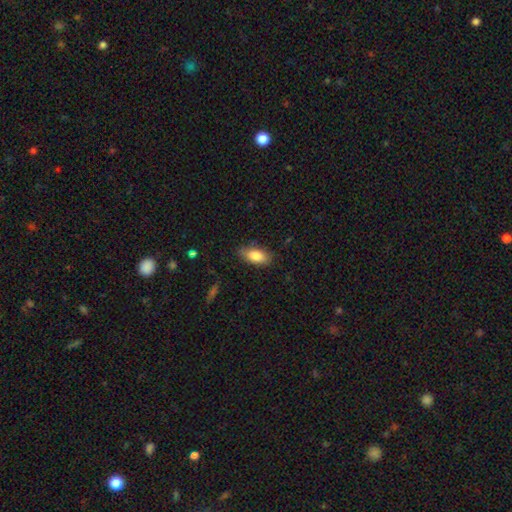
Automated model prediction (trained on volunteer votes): A smooth galaxy with no disk features (83%) that is in between round and cigar-shaped (89%).

Vote fractions:
- Smooth or featured? smooth: 83% / featured or disk: 10% / star or artifact: 7%
- How rounded? in between: 89% / cigar-shaped: 8% / round: 4%
- Merging? none: 78% / minor disturbance: 17% / major disturbance: 3% / merger: 1%